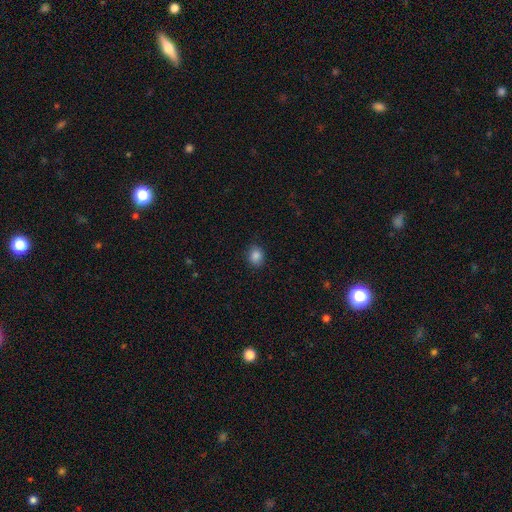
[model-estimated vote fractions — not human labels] A smooth galaxy with no disk features (86%) that is round (59%). Merging: none (87%).